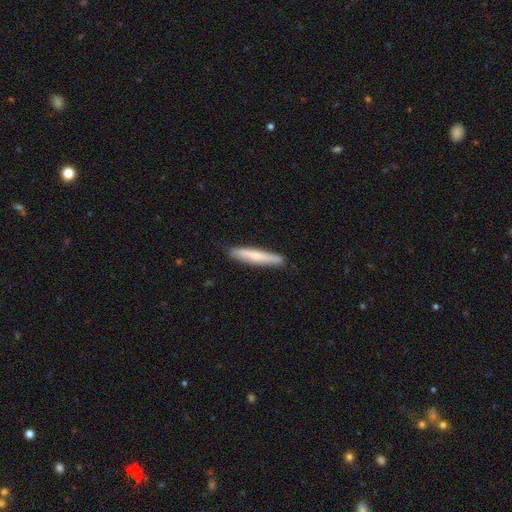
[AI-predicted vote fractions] Smooth or featured: smooth — 67% (featured or disk — 27%)
How rounded: cigar-shaped — 92% (in between — 7%)
Merging: none — 87% (minor disturbance — 10%)